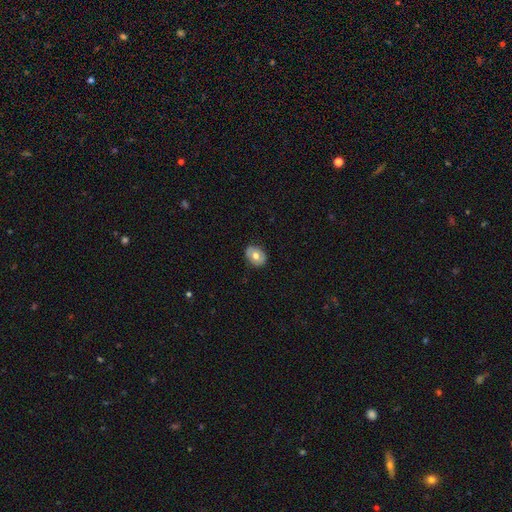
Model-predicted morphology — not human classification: Smooth or featured? Predicted: smooth (p=0.62). How rounded? Predicted: in between (p=0.52). Merging? Predicted: none (p=0.85).